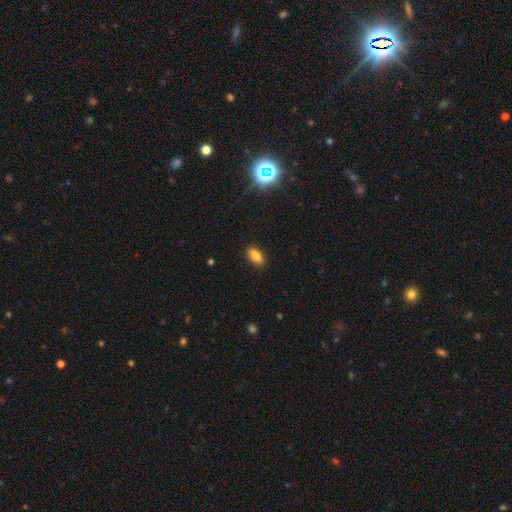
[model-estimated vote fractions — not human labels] The model was most divided on "how rounded": in between: 84%, cigar-shaped: 13%, round: 3%. More confident: merging — none (87%); smooth or featured — smooth (81%).